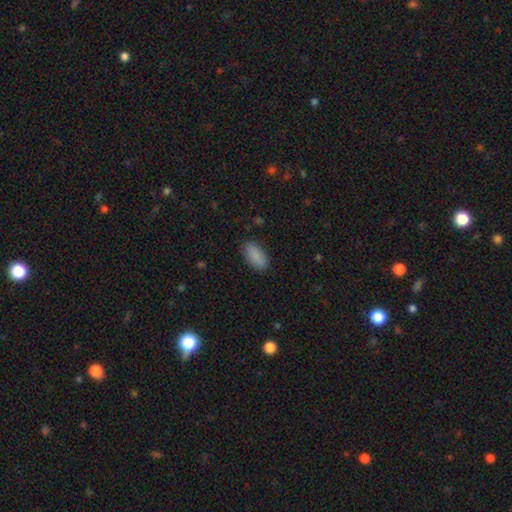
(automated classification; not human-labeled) Smooth or featured?
  - smooth: 89% *
  - star or artifact: 7%
  - featured or disk: 4%
How rounded?
  - in between: 89% *
  - cigar-shaped: 8%
  - round: 2%
Merging?
  - none: 86% *
  - minor disturbance: 10%
  - major disturbance: 2%
  - merger: 1%